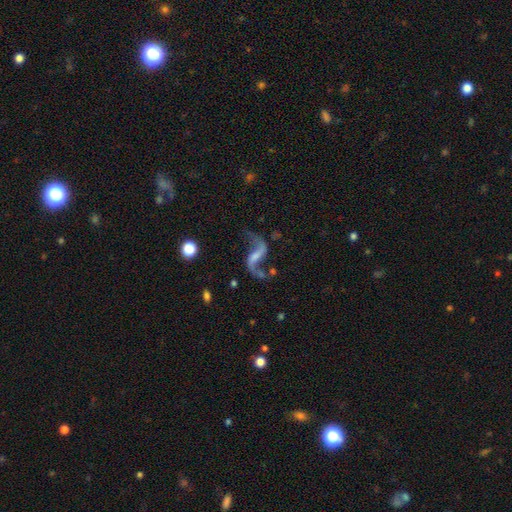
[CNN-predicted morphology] Smooth or featured?
  - featured or disk: 88% *
  - star or artifact: 6%
  - smooth: 6%
Edge-on disk?
  - no: 97% *
  - yes: 3%
Bar?
  - weak: 43% *
  - strong: 31%
  - no: 27%
Spiral arms?
  - yes: 95% *
  - no: 5%
Spiral winding?
  - loose: 90% *
  - medium: 8%
  - tight: 2%
Spiral arm count?
  - 2: 92% *
  - 1: 3%
  - can't tell: 1%
  - 3: 1%
  - 4: 1%
  - more than 4: 1%
Bulge size?
  - none: 39% *
  - small: 31%
  - moderate: 22%
  - large: 6%
  - dominant: 2%
Merging?
  - none: 63% *
  - minor disturbance: 16%
  - major disturbance: 14%
  - merger: 7%